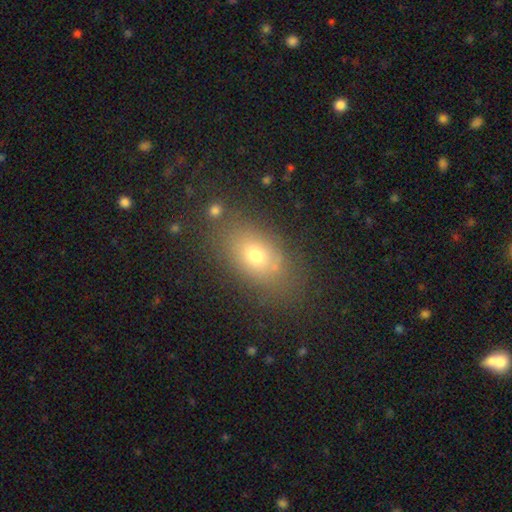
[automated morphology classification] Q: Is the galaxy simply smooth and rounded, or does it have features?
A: smooth — 69%.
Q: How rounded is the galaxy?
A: in between — 80%.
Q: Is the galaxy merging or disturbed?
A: none — 81%.